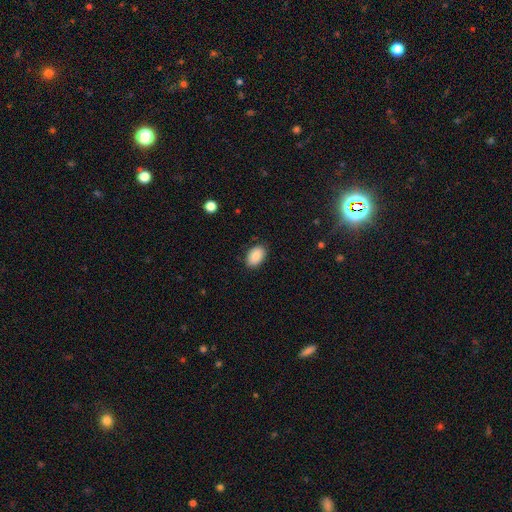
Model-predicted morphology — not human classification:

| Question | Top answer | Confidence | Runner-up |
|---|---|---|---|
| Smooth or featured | smooth | 87% | star or artifact (7%) |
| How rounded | in between | 89% | round (10%) |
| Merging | none | 85% | minor disturbance (11%) |